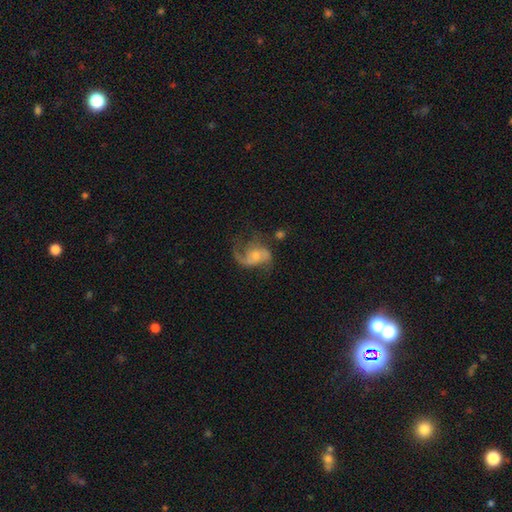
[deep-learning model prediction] Smooth or featured? featured or disk (79%)
Edge-on disk? no (97%)
Bar? no (60%)
Spiral arms? yes (92%)
Spiral winding? loose (51%)
Spiral arm count? 2 (72%)
Bulge size? small (51%)
Merging? none (50%)